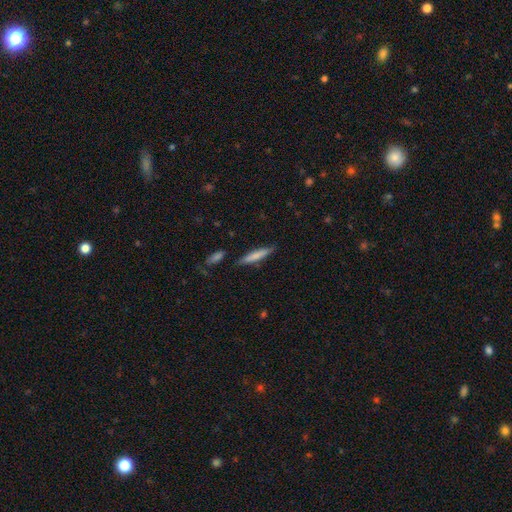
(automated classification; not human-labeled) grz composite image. It shows a smooth galaxy with no disk features (74%) that is cigar-shaped (89%). Merging: none (82%).